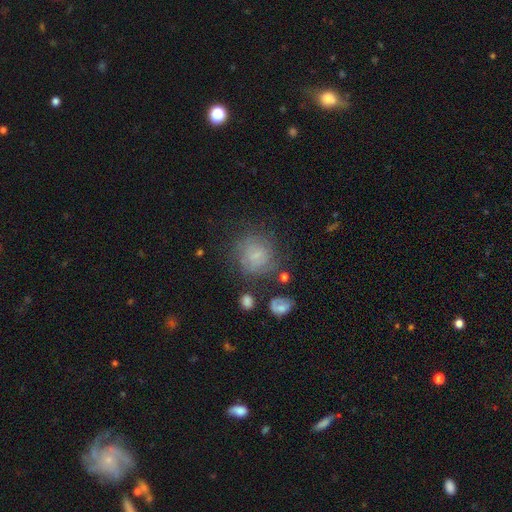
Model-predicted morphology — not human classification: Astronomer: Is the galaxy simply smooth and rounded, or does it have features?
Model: smooth — 51% (runner-up: featured or disk, 33%).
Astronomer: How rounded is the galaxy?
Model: round — 81%.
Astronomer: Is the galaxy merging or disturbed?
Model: none — 61%.